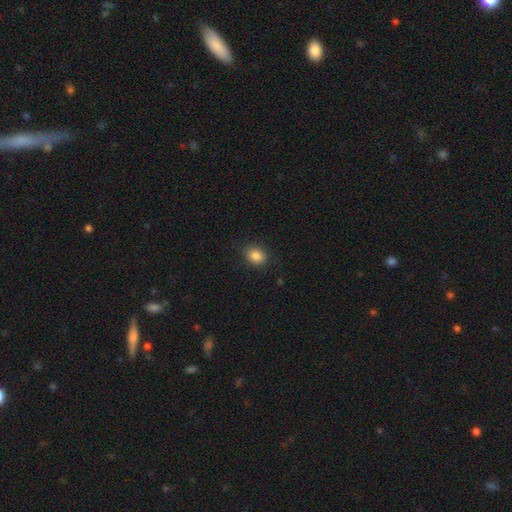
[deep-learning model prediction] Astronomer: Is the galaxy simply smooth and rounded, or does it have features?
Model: smooth — 85%.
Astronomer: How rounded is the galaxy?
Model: round — 51% (runner-up: in between, 48%).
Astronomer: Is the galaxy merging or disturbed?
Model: none — 86%.